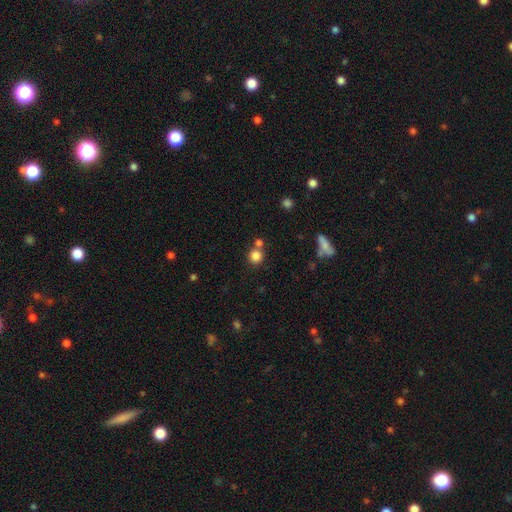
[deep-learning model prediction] smooth-or-featured: smooth: 83% | star or artifact: 12% | featured or disk: 5%
  how-rounded: round: 90% | in between: 9% | cigar-shaped: 1%
  merging: none: 65% | merger: 23% | minor disturbance: 8% | major disturbance: 3%